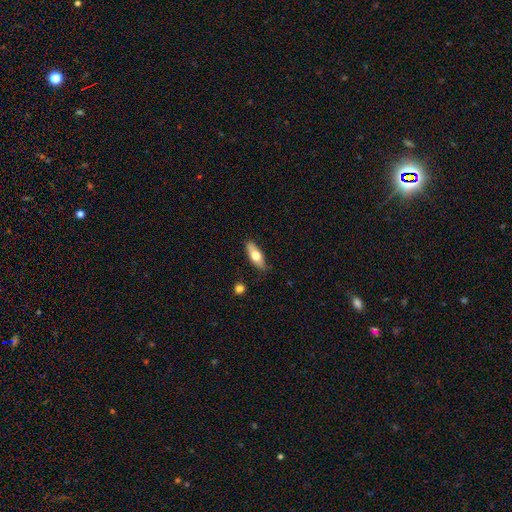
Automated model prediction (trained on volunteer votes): This appears to be a smooth galaxy with no disk features (64%) that is in between round and cigar-shaped (66%). Merging: none (83%).